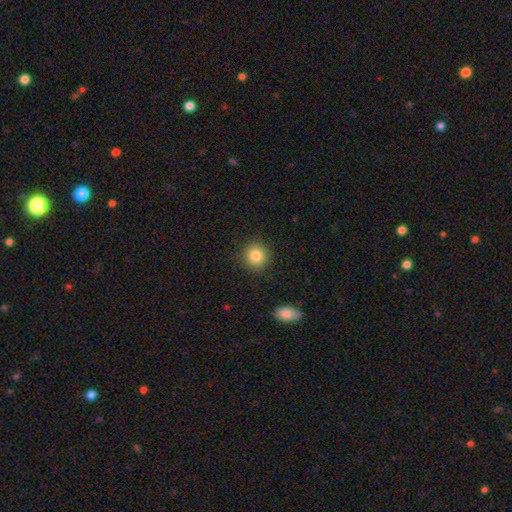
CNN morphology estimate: smooth_or_featured: smooth (p=0.84) [alt: star or artifact p=0.10]
how_rounded: round (p=0.89) [alt: in between p=0.10]
merging: none (p=0.90) [alt: minor disturbance p=0.06]